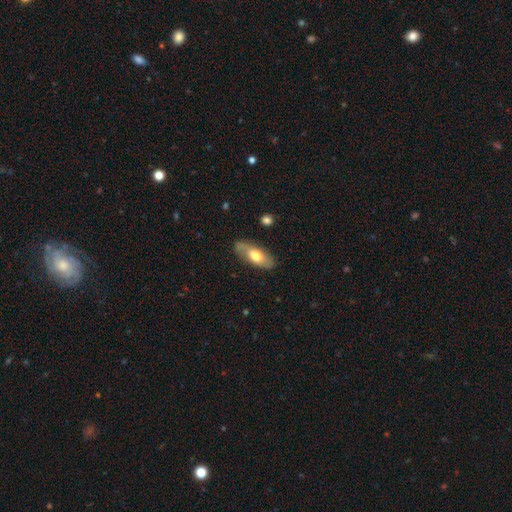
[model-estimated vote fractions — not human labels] smooth_or_featured: smooth (p=0.60) [alt: featured or disk p=0.35]
how_rounded: in between (p=0.76) [alt: cigar-shaped p=0.21]
merging: none (p=0.77) [alt: minor disturbance p=0.17]